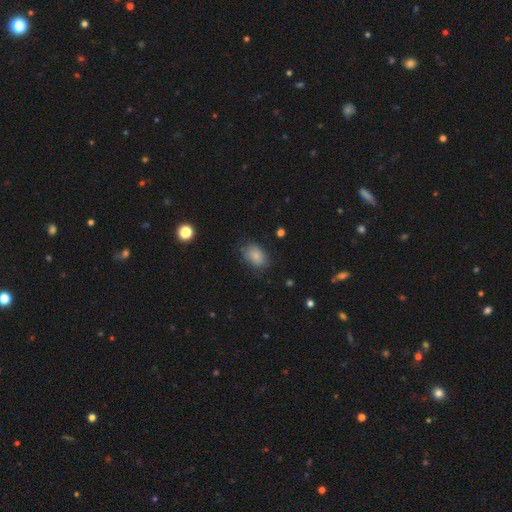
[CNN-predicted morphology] type=smooth (84%); roundness=in between (80%); merging=none (76%).